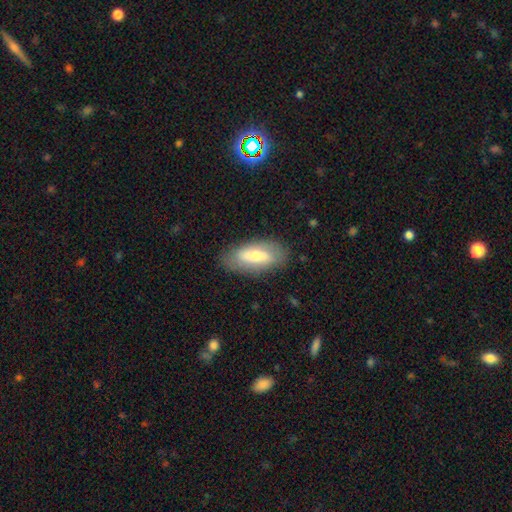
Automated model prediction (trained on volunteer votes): Morphology: type=smooth (50%); roundness=in between (82%); merging=none (84%).